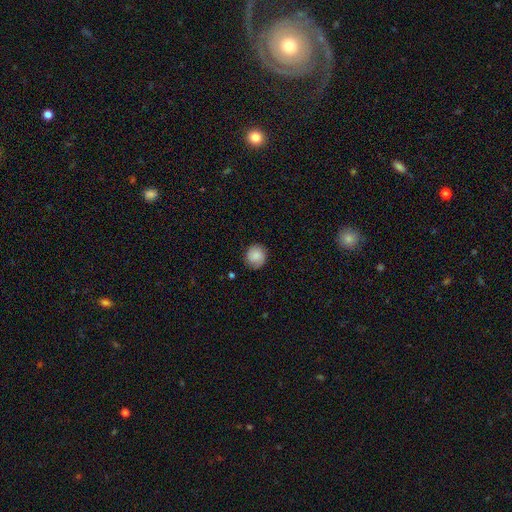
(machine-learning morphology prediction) type=smooth (82%); roundness=round (89%); merging=none (85%).